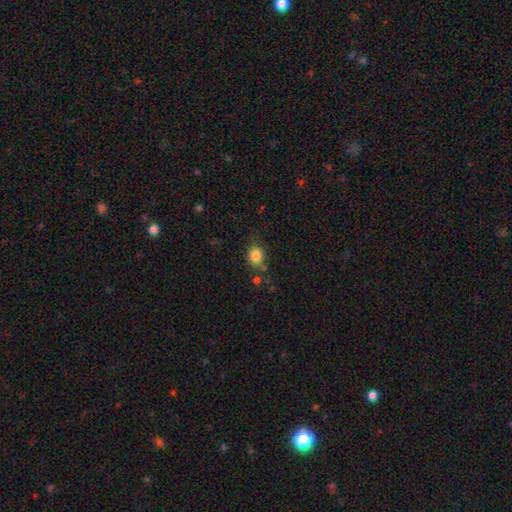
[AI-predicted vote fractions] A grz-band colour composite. It shows a smooth galaxy with no disk features (83%) that is round (63%). Merging: none (66%).